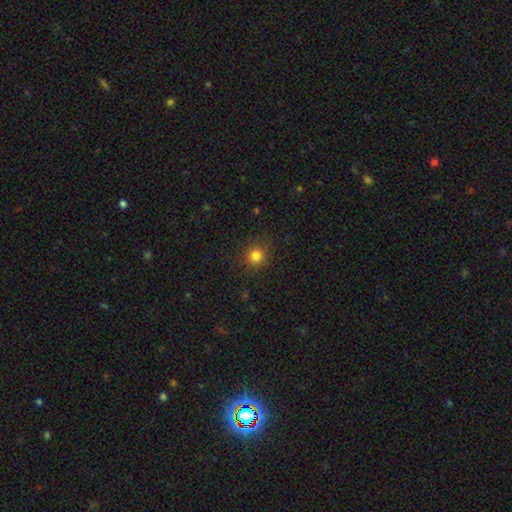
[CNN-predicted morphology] type=smooth (82%); roundness=round (90%); merging=none (88%).